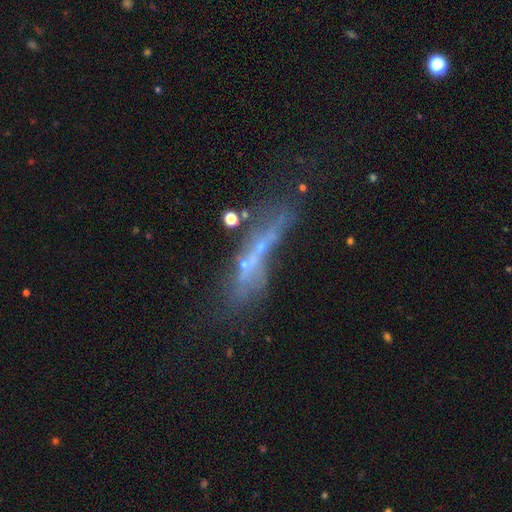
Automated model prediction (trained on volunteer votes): This appears to be a featured or disk galaxy (51%). Merging: none (37%).